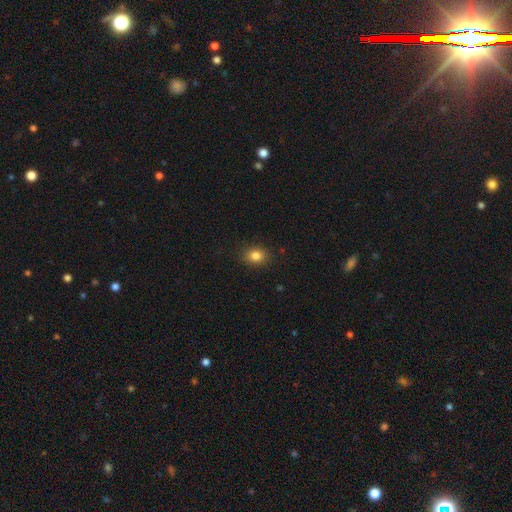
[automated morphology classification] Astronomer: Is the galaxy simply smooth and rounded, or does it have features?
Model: smooth — 83%.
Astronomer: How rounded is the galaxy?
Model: in between — 61% (runner-up: round, 38%).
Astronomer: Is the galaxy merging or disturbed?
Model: none — 87%.